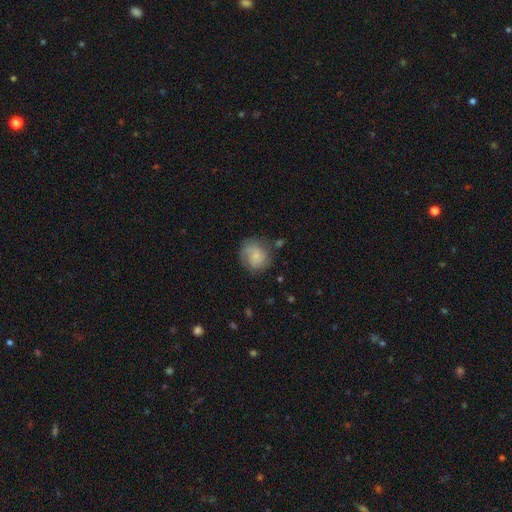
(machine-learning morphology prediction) type=smooth (55%); roundness=round (79%); merging=none (67%).